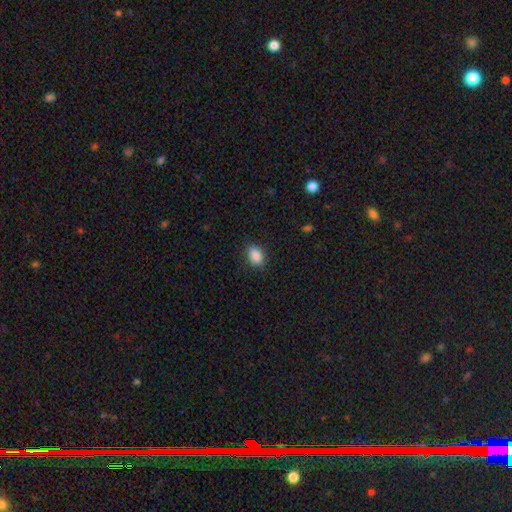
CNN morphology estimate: smooth 87%, star or artifact 8%, featured or disk 5%. Down the decision tree: how rounded — in between (83%); merging — none (87%).